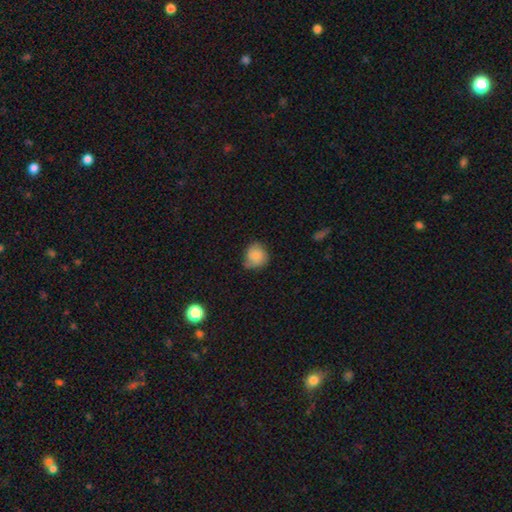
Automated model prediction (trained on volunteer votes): Smooth or featured? smooth (76%)
How rounded? round (78%)
Merging? none (57%)